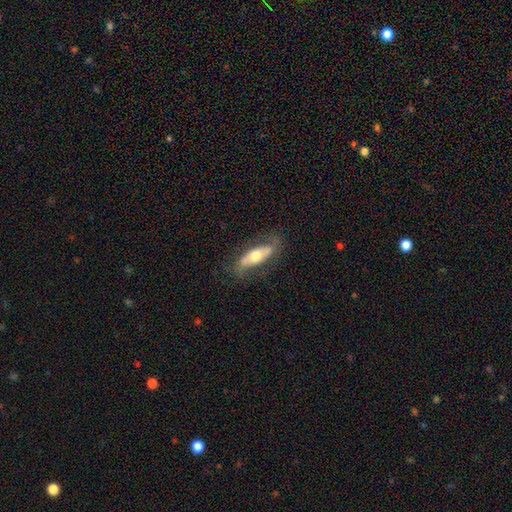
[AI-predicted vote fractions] featured or disk 49%, smooth 45%, star or artifact 6%. Down the decision tree: merging — none (73%).